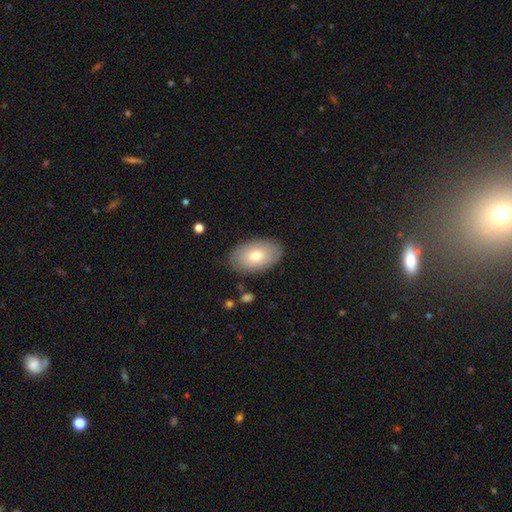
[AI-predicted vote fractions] This appears to be a smooth galaxy with no disk features (72%) that is in between round and cigar-shaped (92%). Merging: none (85%).